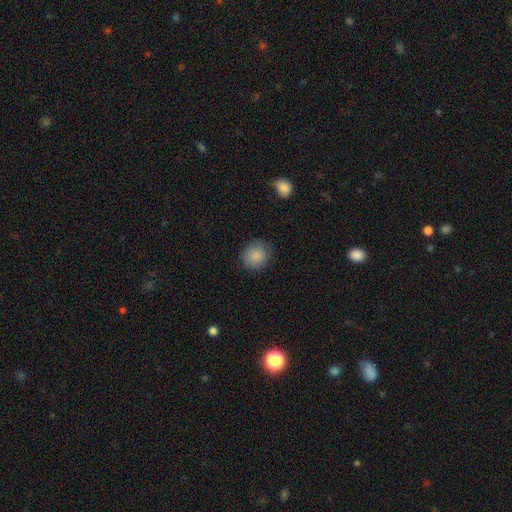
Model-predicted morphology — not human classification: type=smooth (87%); roundness=round (83%); merging=none (85%).